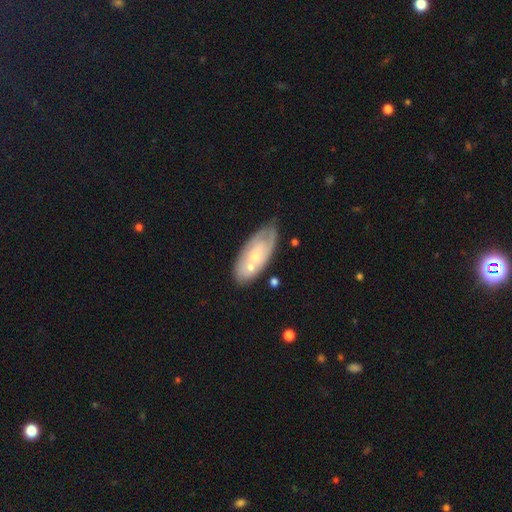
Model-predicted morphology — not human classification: Q: Smooth or featured?
A: featured or disk (53%); runner-up: smooth (40%)
Q: Edge-on disk?
A: no (89%); runner-up: yes (11%)
Q: Merging?
A: none (50%); runner-up: minor disturbance (25%)